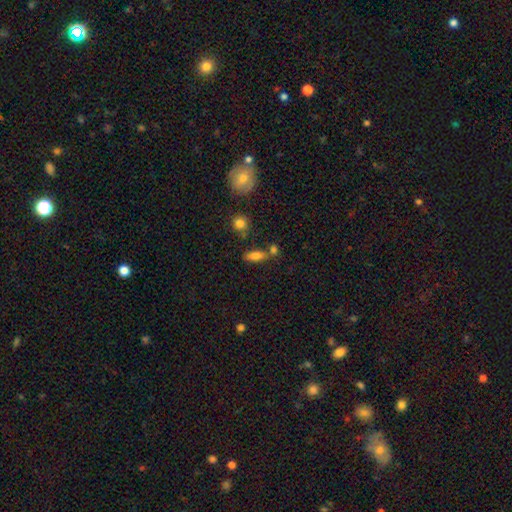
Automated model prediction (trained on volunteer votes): smooth 79%, featured or disk 11%, star or artifact 10%. Down the decision tree: how rounded — in between (71%); merging — none (58%).